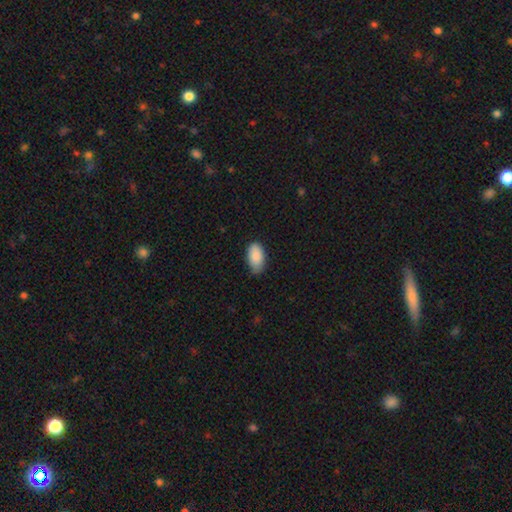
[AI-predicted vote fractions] smooth_or_featured: smooth (p=0.89) [alt: star or artifact p=0.06]
how_rounded: in between (p=0.95) [alt: round p=0.03]
merging: none (p=0.74) [alt: minor disturbance p=0.22]